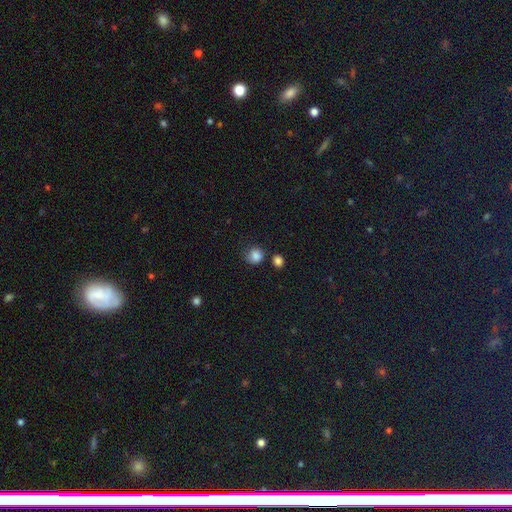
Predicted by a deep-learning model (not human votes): Smooth or featured? Predicted: smooth (p=0.85). How rounded? Predicted: round (p=0.84). Merging? Predicted: none (p=0.70).